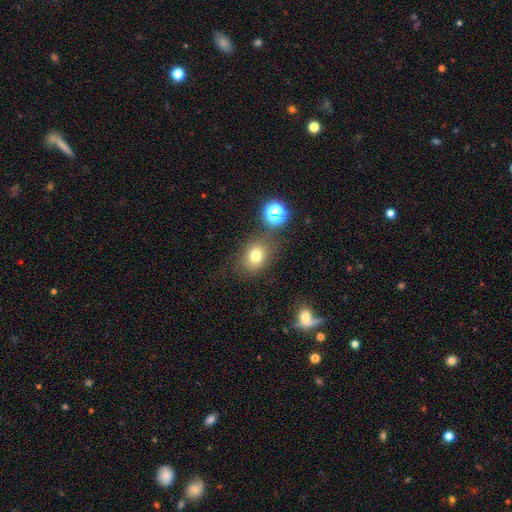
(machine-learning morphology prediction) Smooth or featured: smooth — 75% (star or artifact — 16%)
How rounded: round — 54% (in between — 45%)
Merging: none — 73% (minor disturbance — 13%)